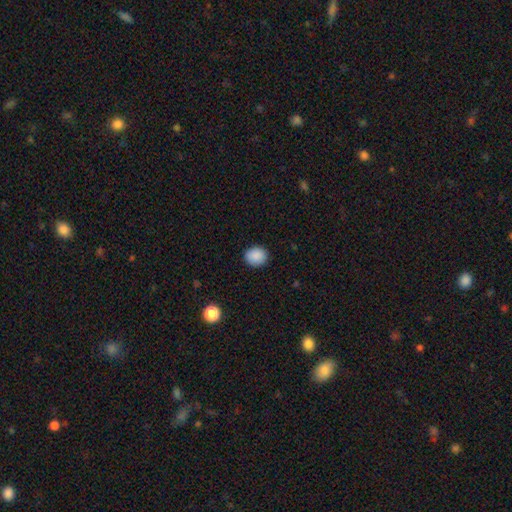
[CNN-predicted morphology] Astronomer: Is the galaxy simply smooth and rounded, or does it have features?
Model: smooth — 89%.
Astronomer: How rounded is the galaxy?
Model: round — 70%.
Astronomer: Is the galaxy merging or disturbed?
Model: none — 90%.